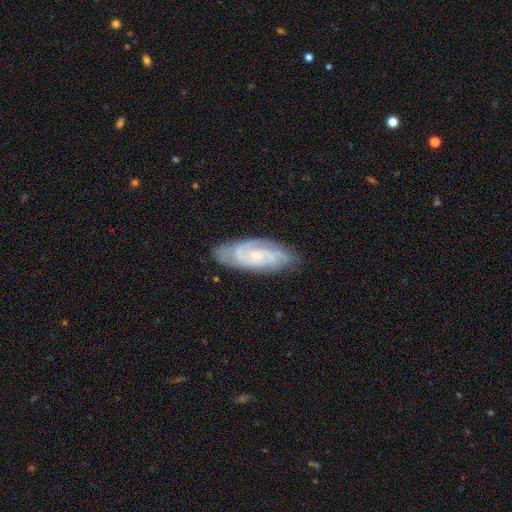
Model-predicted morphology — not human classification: Smooth or featured?
  - featured or disk: 83% *
  - smooth: 11%
  - star or artifact: 6%
Edge-on disk?
  - no: 93% *
  - yes: 7%
Bar?
  - no: 60% *
  - weak: 33%
  - strong: 7%
Spiral arms?
  - yes: 97% *
  - no: 3%
Spiral winding?
  - tight: 62% *
  - medium: 32%
  - loose: 6%
Spiral arm count?
  - 2: 38% *
  - 3: 27%
  - can't tell: 20%
  - 4: 7%
  - 1: 4%
  - more than 4: 4%
Bulge size?
  - small: 71% *
  - moderate: 20%
  - none: 6%
  - large: 1%
  - dominant: 1%
Merging?
  - none: 79% *
  - minor disturbance: 16%
  - major disturbance: 4%
  - merger: 1%